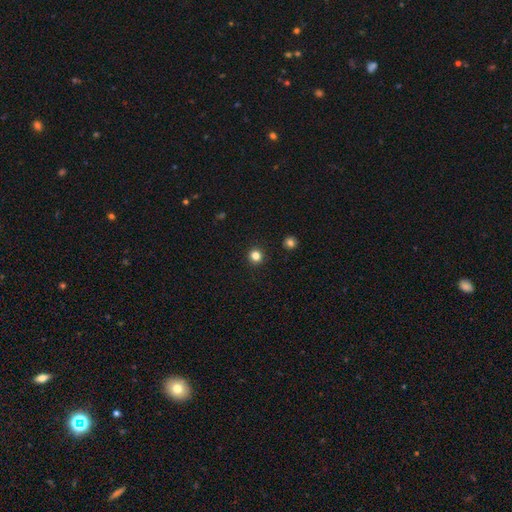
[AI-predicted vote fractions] smooth 82%, star or artifact 13%, featured or disk 4%. Down the decision tree: how rounded — round (95%); merging — none (93%).